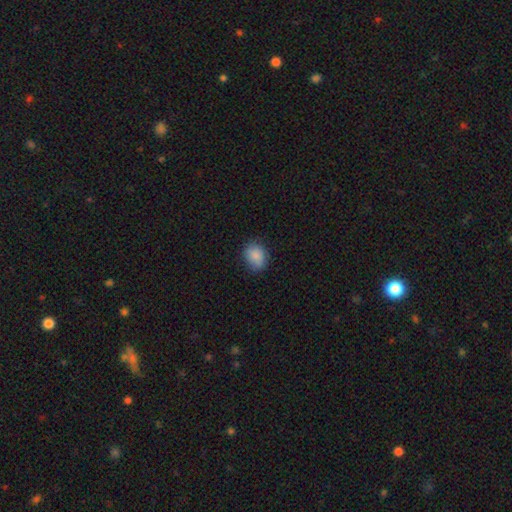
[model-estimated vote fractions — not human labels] smooth-or-featured: smooth: 87% | star or artifact: 8% | featured or disk: 5%
  how-rounded: in between: 52% | round: 47% | cigar-shaped: 1%
  merging: none: 81% | minor disturbance: 15% | major disturbance: 3% | merger: 1%